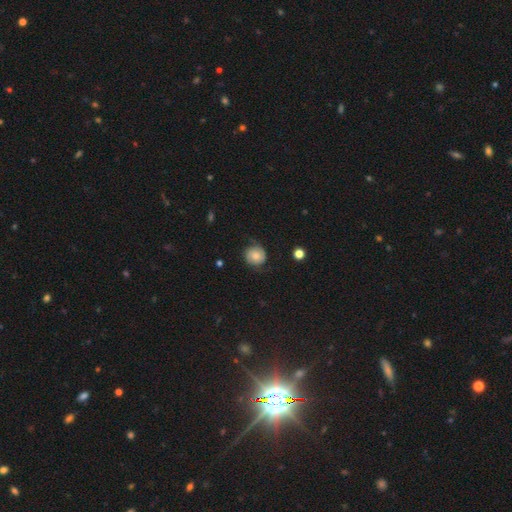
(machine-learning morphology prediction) smooth 50%, featured or disk 41%, star or artifact 9%. Down the decision tree: merging — none (70%).